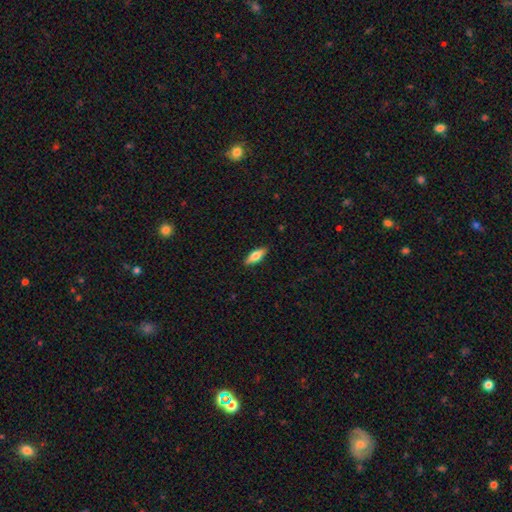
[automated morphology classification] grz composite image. It shows a smooth galaxy with no disk features (63%) that is in between round and cigar-shaped (63%). Merging: none (89%).